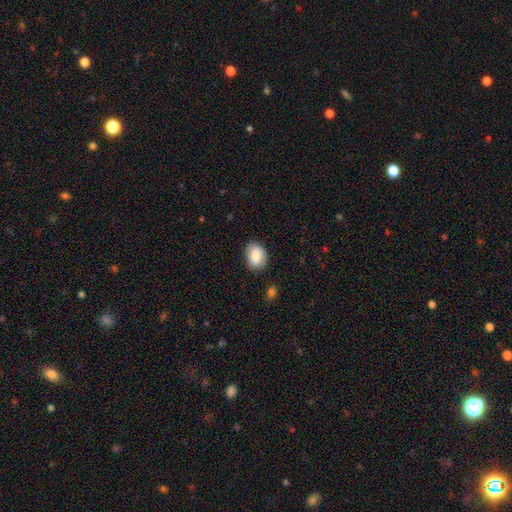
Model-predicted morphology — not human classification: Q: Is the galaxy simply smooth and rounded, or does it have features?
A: smooth — 84%.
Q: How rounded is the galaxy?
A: in between — 74%.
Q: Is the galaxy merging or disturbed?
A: none — 80%.